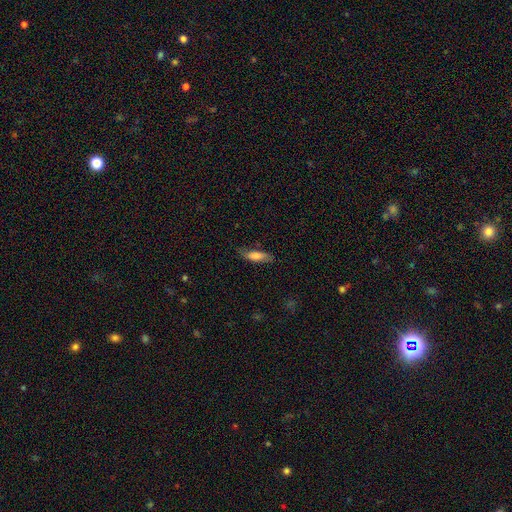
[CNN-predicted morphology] smooth-or-featured: smooth: 73% | featured or disk: 20% | star or artifact: 7%
  how-rounded: cigar-shaped: 52% | in between: 46% | round: 2%
  merging: none: 72% | minor disturbance: 21% | major disturbance: 5% | merger: 2%